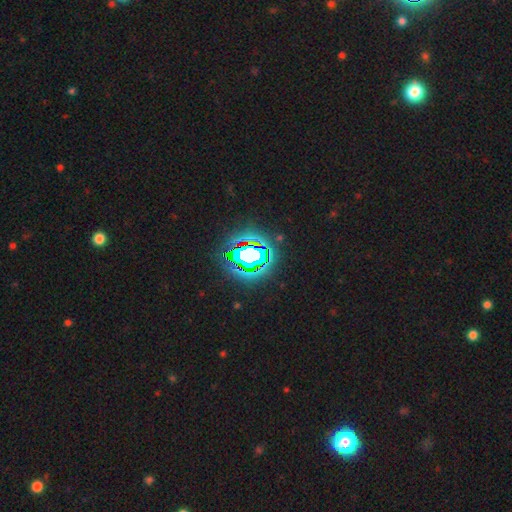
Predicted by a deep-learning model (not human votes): Morphology: type=star or artifact (81%).